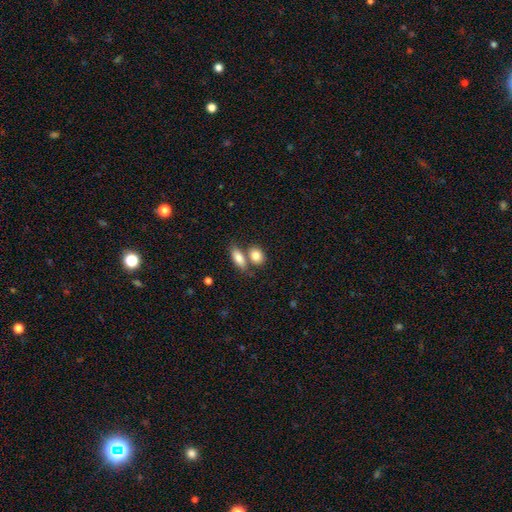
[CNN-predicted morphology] smooth-or-featured: smooth: 83% | featured or disk: 10% | star or artifact: 7%
  how-rounded: in between: 66% | round: 31% | cigar-shaped: 4%
  merging: none: 48% | merger: 39% | minor disturbance: 10% | major disturbance: 3%